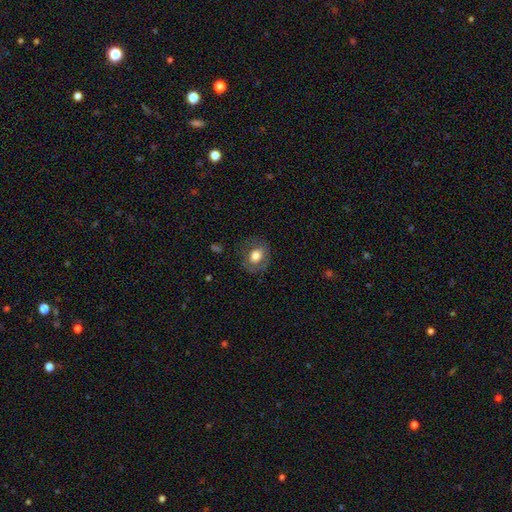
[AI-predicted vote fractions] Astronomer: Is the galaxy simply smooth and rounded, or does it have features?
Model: smooth — 67%.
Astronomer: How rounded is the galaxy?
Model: round — 54% (runner-up: in between, 45%).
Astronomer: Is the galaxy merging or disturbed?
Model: none — 73%.